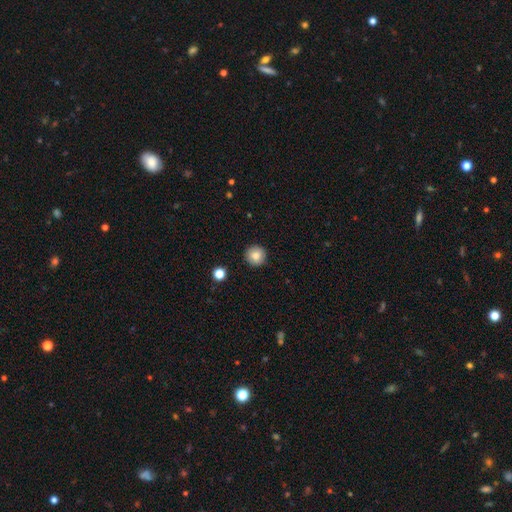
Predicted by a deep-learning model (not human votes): Overall: smooth (83%). How rounded: round (95%). Merging: none (92%).